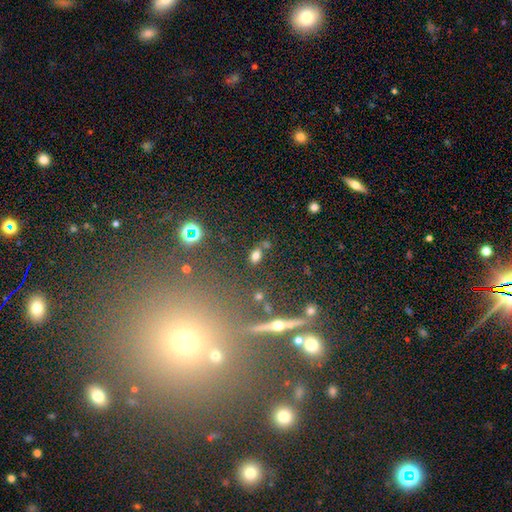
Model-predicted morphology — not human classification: smooth 72%, star or artifact 18%, featured or disk 10%. Down the decision tree: how rounded — in between (83%); merging — none (69%).